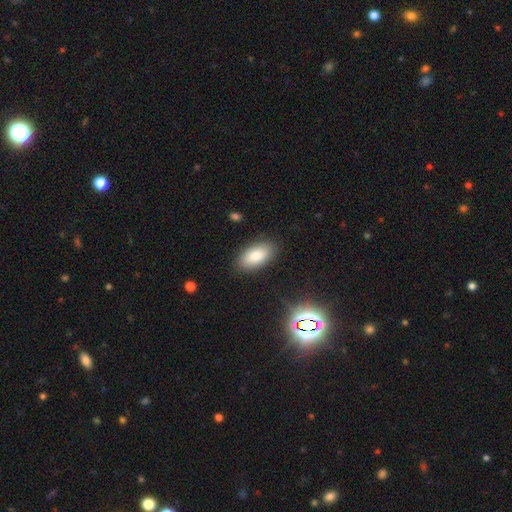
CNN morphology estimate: smooth 83%, featured or disk 10%, star or artifact 8%. Down the decision tree: how rounded — in between (93%); merging — none (86%).